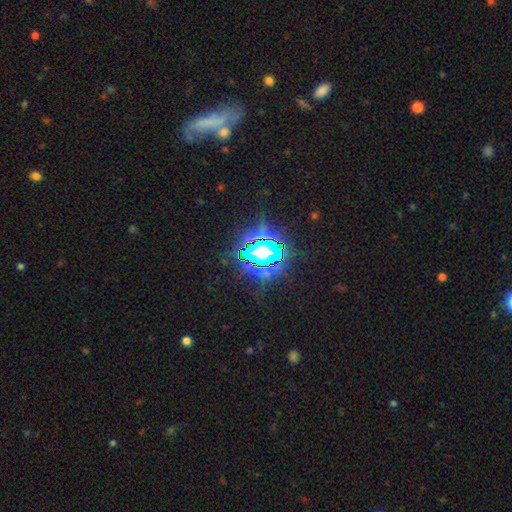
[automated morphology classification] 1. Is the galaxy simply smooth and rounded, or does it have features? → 79% star or artifact, 12% smooth, 9% featured or disk.